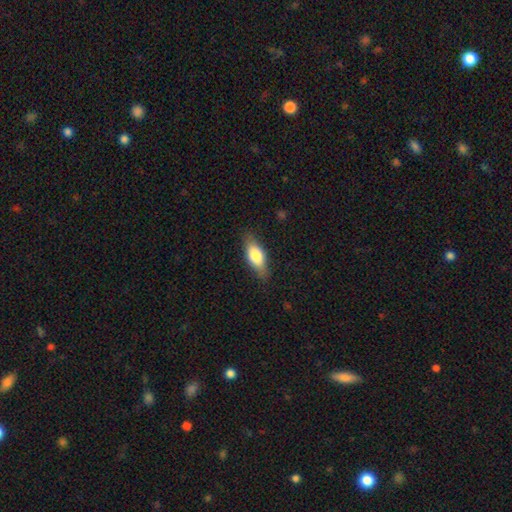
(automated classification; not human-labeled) A smooth galaxy with no disk features (74%) that is in between round and cigar-shaped (78%).

Vote fractions:
- Smooth or featured? smooth: 74% / featured or disk: 20% / star or artifact: 6%
- How rounded? in between: 78% / cigar-shaped: 19% / round: 3%
- Merging? none: 81% / minor disturbance: 15% / major disturbance: 3% / merger: 1%